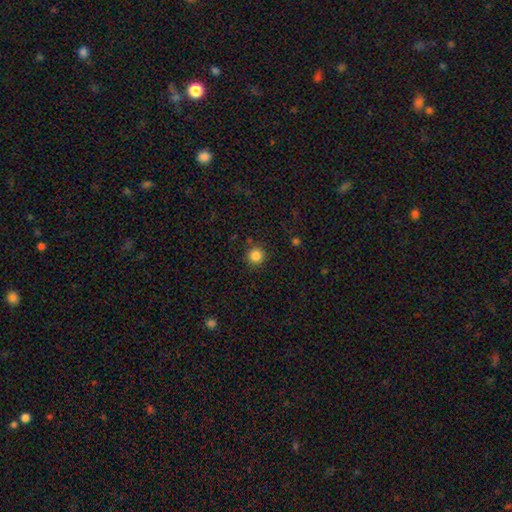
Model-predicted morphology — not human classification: smooth 85%, star or artifact 11%, featured or disk 4%. Down the decision tree: how rounded — round (94%); merging — none (89%).